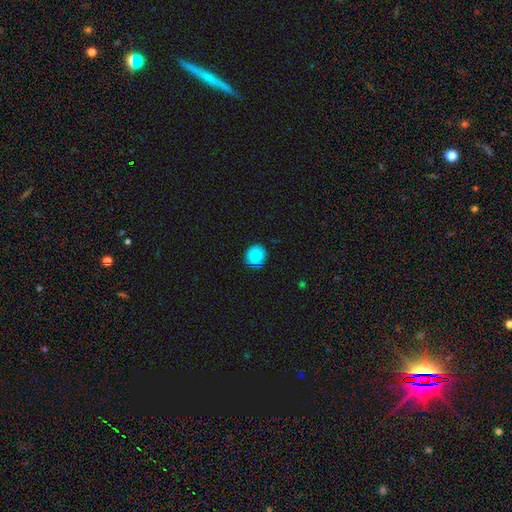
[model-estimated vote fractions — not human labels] Morphology: type=smooth (88%); roundness=round (81%); merging=none (84%).